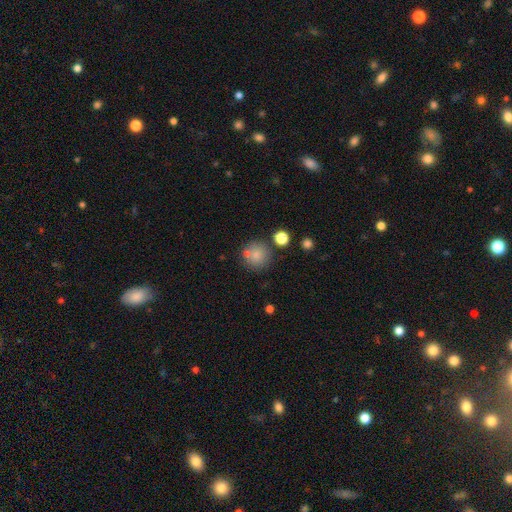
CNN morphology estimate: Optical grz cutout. It shows a smooth galaxy with no disk features (79%) that is round (93%). Merging: none (73%).